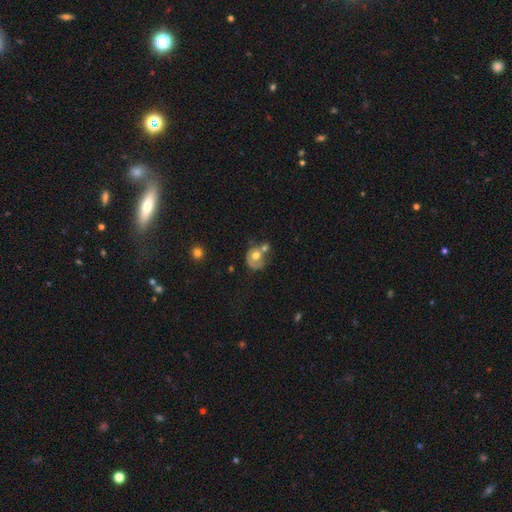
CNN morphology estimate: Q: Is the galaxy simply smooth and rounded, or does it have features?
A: smooth — 53%.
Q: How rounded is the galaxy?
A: round — 67%.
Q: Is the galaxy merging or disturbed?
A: merger — 42%.